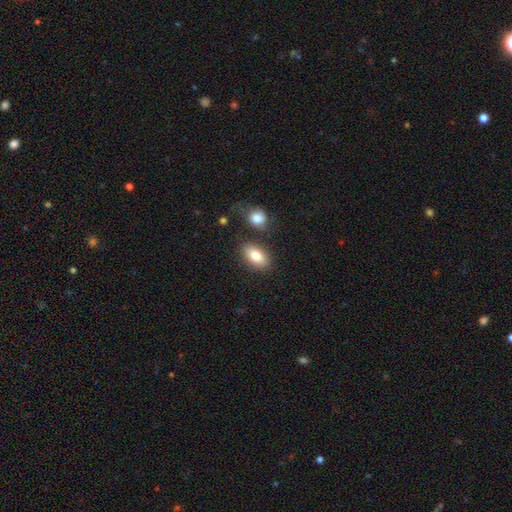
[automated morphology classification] Overall: smooth (82%). How rounded: in between (91%). Merging: none (77%).